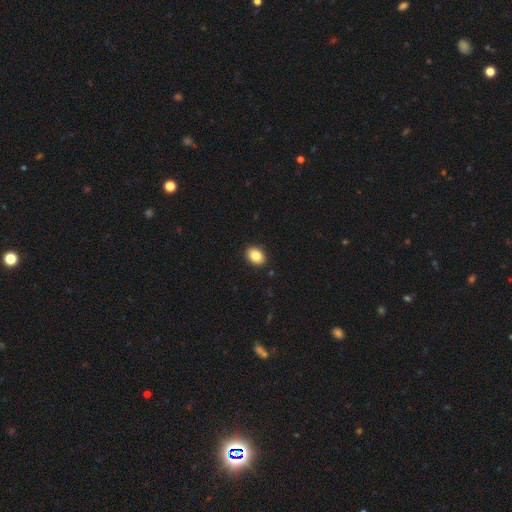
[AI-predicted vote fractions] Smooth or featured?
  - smooth: 86% *
  - star or artifact: 9%
  - featured or disk: 6%
How rounded?
  - in between: 68% *
  - round: 31%
  - cigar-shaped: 1%
Merging?
  - none: 91% *
  - minor disturbance: 7%
  - major disturbance: 2%
  - merger: 1%